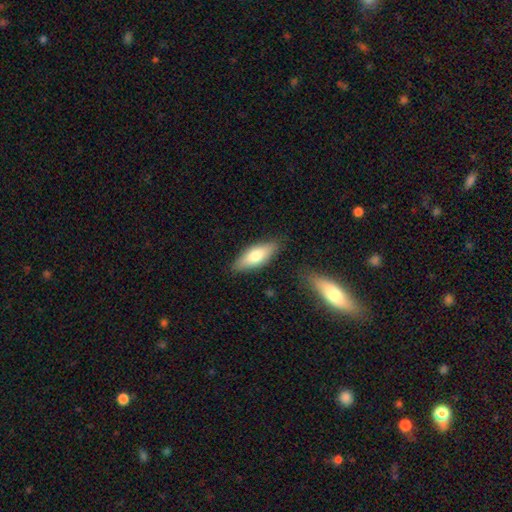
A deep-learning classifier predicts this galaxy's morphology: A smooth galaxy with no disk features (69%) that is in between round and cigar-shaped (65%). Merging: none (84%).